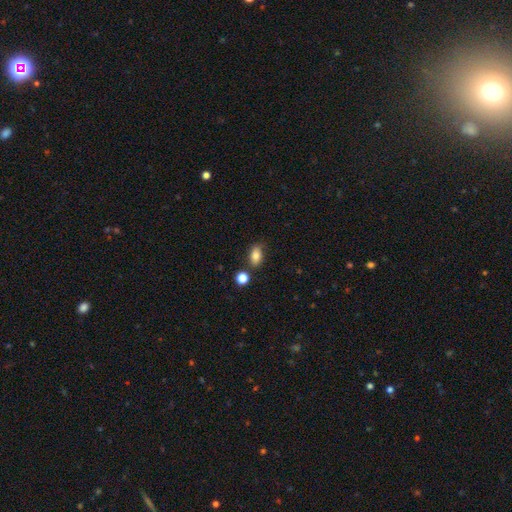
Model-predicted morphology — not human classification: Smooth or featured? smooth (81%)
How rounded? in between (84%)
Merging? none (75%)